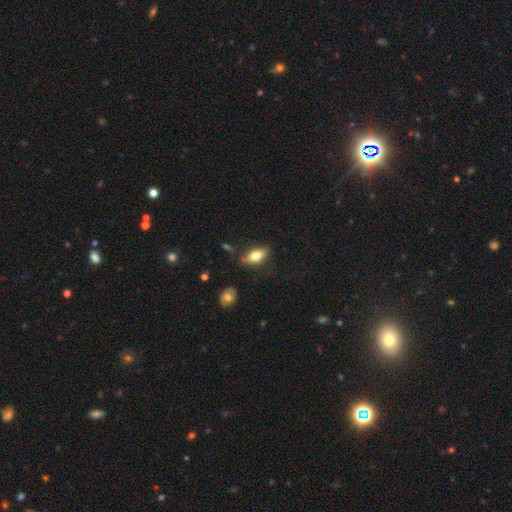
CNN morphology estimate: smooth 66%, featured or disk 27%, star or artifact 8%. Down the decision tree: how rounded — in between (82%); merging — none (73%).